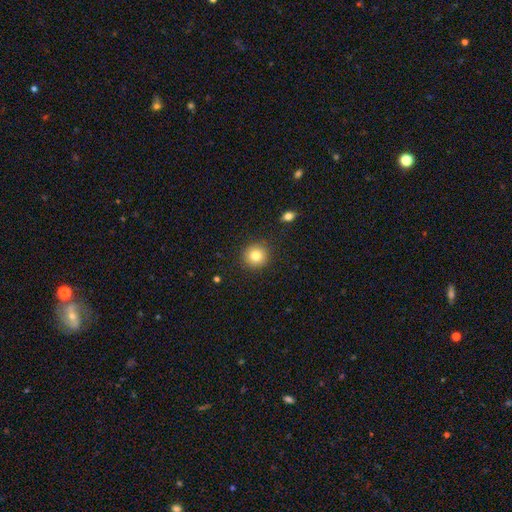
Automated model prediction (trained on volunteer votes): Smooth or featured? Predicted: smooth (p=0.82). How rounded? Predicted: round (p=0.92). Merging? Predicted: none (p=0.89).